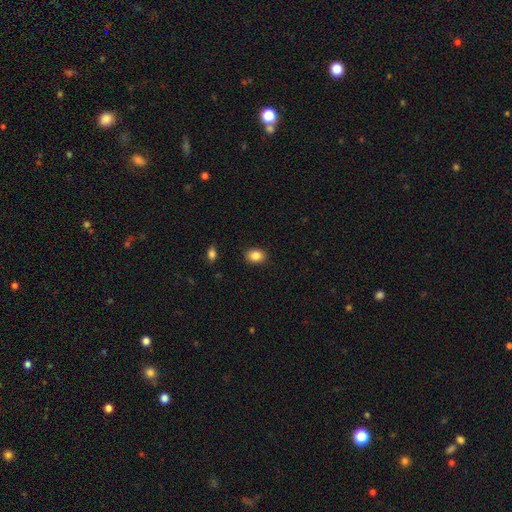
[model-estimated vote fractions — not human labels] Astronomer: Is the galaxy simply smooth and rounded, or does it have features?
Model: smooth — 86%.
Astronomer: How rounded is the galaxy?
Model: in between — 60% (runner-up: round, 39%).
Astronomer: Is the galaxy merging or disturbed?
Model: none — 89%.